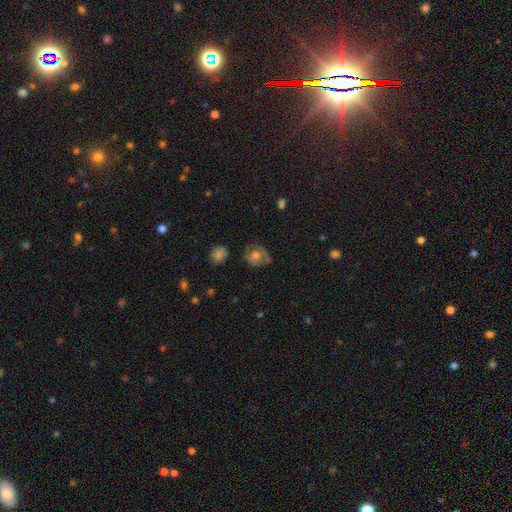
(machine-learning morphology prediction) Q: Smooth or featured?
A: smooth (52%); runner-up: featured or disk (36%)
Q: How rounded?
A: round (71%); runner-up: in between (28%)
Q: Merging?
A: none (57%); runner-up: minor disturbance (26%)